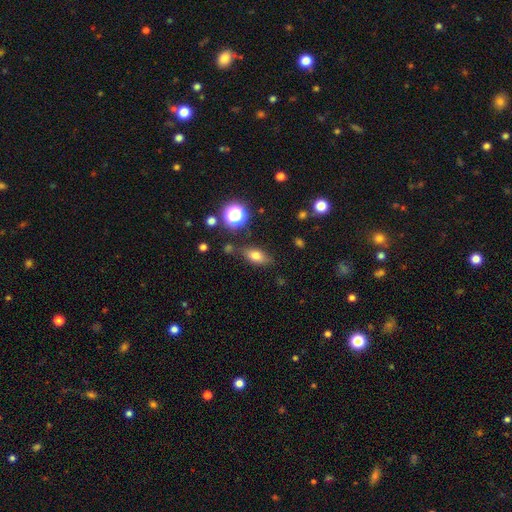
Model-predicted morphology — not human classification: A smooth galaxy with no disk features (75%) that is in between round and cigar-shaped (77%). Merging: none (76%).